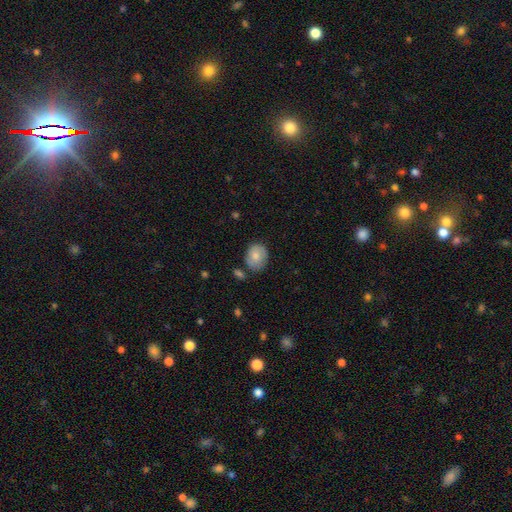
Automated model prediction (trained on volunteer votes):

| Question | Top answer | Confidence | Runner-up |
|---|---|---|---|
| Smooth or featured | smooth | 78% | featured or disk (15%) |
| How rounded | round | 54% | in between (45%) |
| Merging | none | 70% | minor disturbance (20%) |